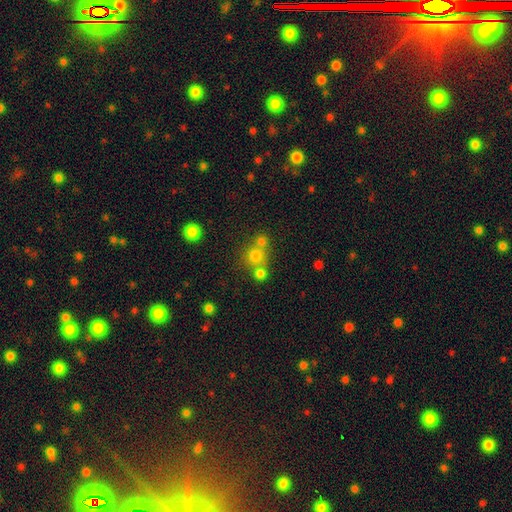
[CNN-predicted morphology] smooth_or_featured: smooth (p=0.73) [alt: star or artifact p=0.17]
how_rounded: round (p=0.89) [alt: in between p=0.10]
merging: none (p=0.55) [alt: merger p=0.35]